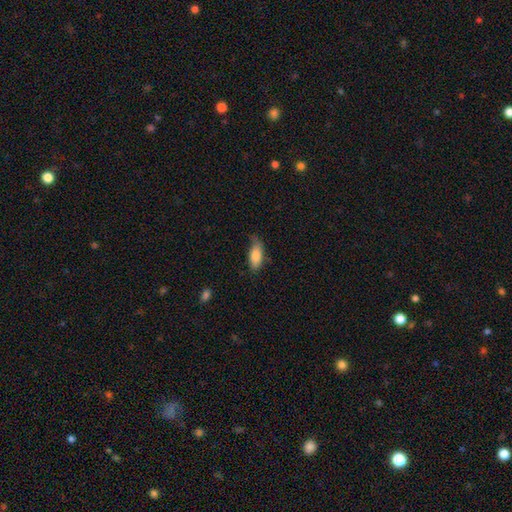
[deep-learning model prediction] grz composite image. It shows a smooth galaxy with no disk features (84%) that is in between round and cigar-shaped (84%). Merging: none (57%).